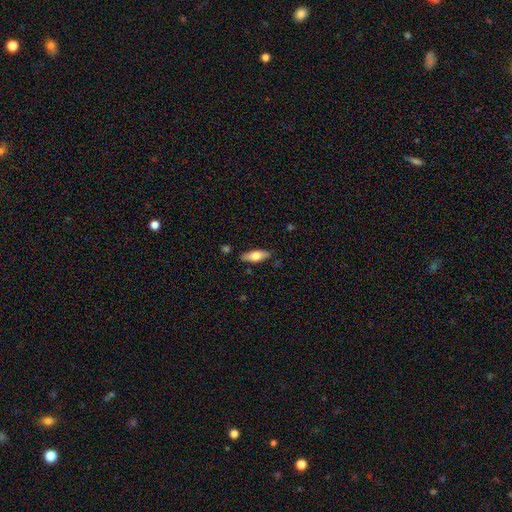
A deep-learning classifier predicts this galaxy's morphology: type=smooth (64%); roundness=in between (66%); merging=none (84%).